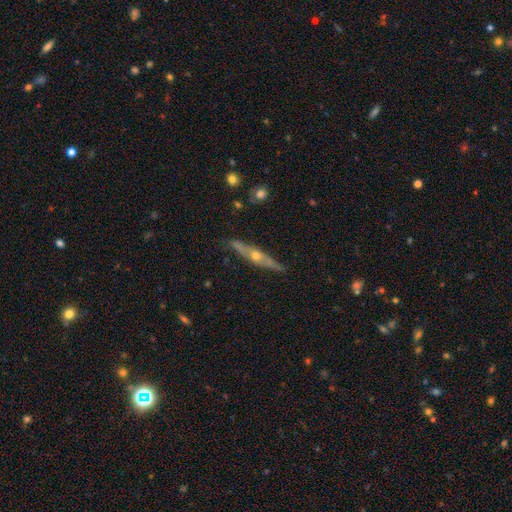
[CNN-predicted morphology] Smooth or featured? featured or disk (77%)
Edge-on disk? yes (94%)
Edge-on bulge? rounded (91%)
Merging? none (86%)